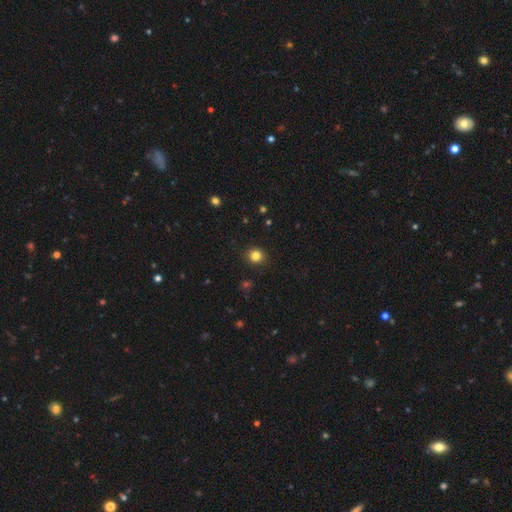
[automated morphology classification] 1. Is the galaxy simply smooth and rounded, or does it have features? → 83% smooth, 12% star or artifact, 5% featured or disk.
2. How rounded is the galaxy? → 82% round, 17% in between, 1% cigar-shaped.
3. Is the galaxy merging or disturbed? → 90% none, 7% minor disturbance, 2% major disturbance, 1% merger.